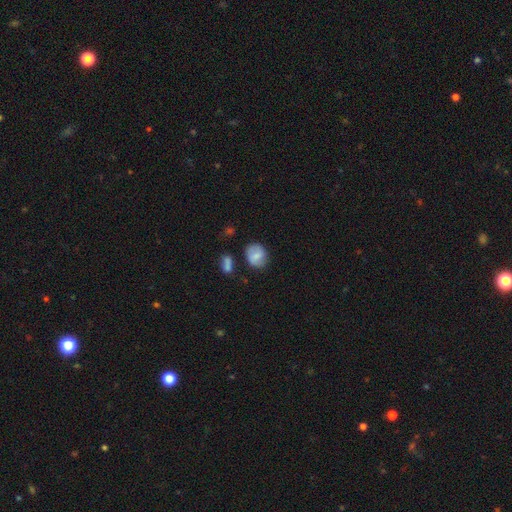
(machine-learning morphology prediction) smooth_or_featured: smooth (p=0.72) [alt: featured or disk p=0.20]
how_rounded: round (p=0.56) [alt: in between p=0.42]
merging: none (p=0.71) [alt: minor disturbance p=0.19]